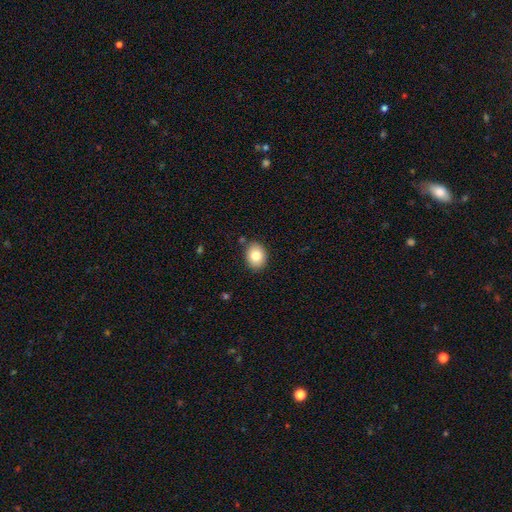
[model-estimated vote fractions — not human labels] Smooth or featured: smooth — 81% (featured or disk — 10%)
How rounded: in between — 51% (round — 48%)
Merging: none — 86% (minor disturbance — 10%)